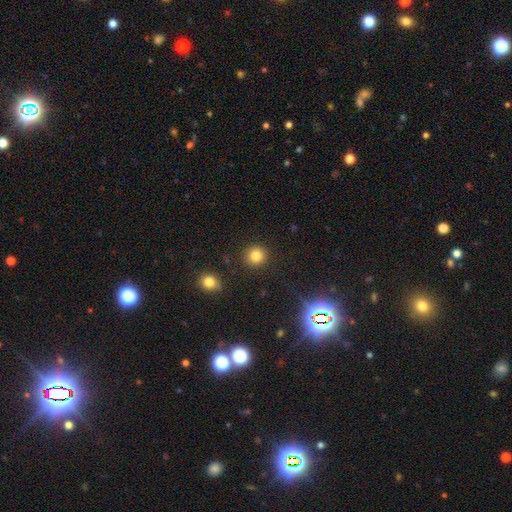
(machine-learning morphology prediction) Smooth or featured: smooth — 82% (star or artifact — 12%)
How rounded: round — 92% (in between — 7%)
Merging: none — 90% (minor disturbance — 6%)